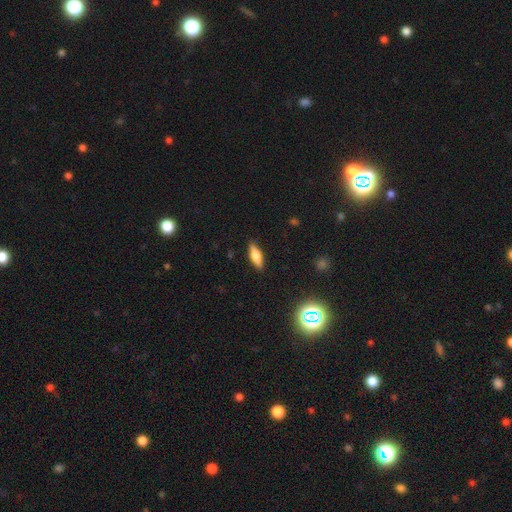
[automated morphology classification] Overall: smooth (60%; featured or disk 32%). How rounded: cigar-shaped (49%; in between 48%). Merging: none (89%).